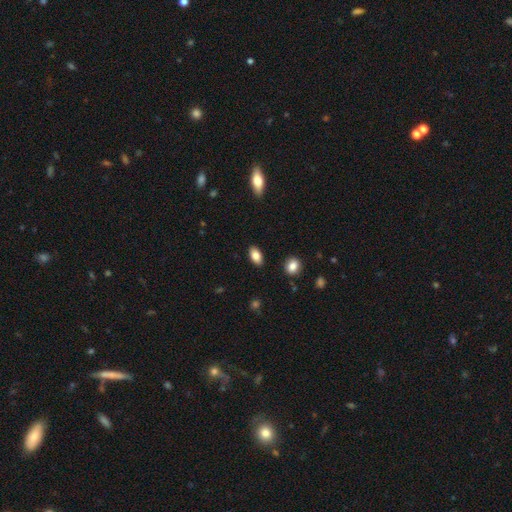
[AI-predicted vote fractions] Q: Smooth or featured?
A: smooth (84%); runner-up: featured or disk (8%)
Q: How rounded?
A: in between (91%); runner-up: round (5%)
Q: Merging?
A: none (88%); runner-up: minor disturbance (8%)